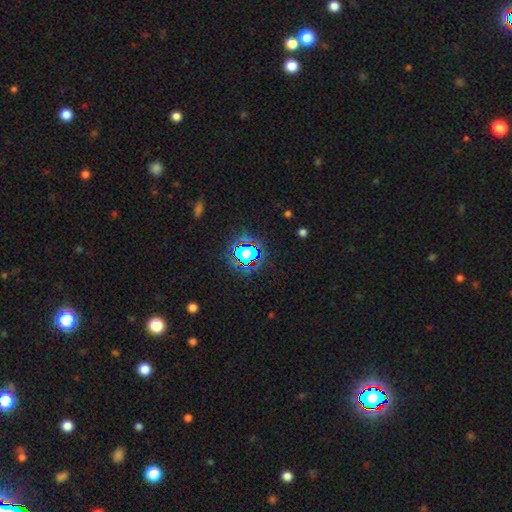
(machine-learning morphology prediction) This appears to be a star or artifact, not a galaxy (81%).